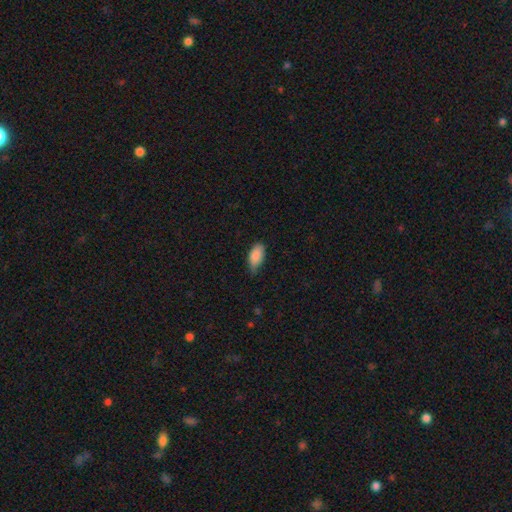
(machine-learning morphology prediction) This appears to be a smooth galaxy with no disk features (88%) that is in between round and cigar-shaped (91%). Merging: none (60%).